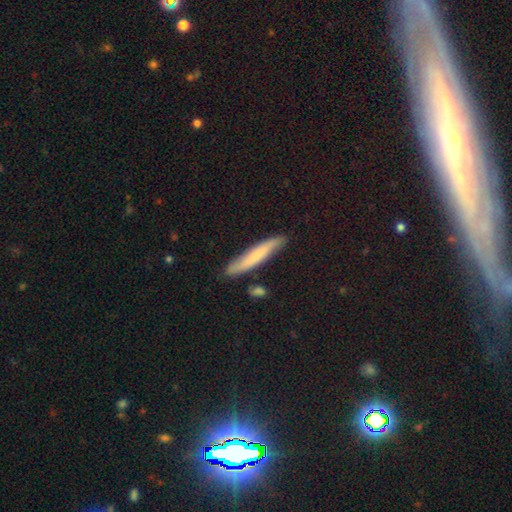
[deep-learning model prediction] The model was most divided on "smooth or featured": smooth: 64%, featured or disk: 30%, star or artifact: 6%. More confident: how rounded — cigar-shaped (92%); merging — none (82%).